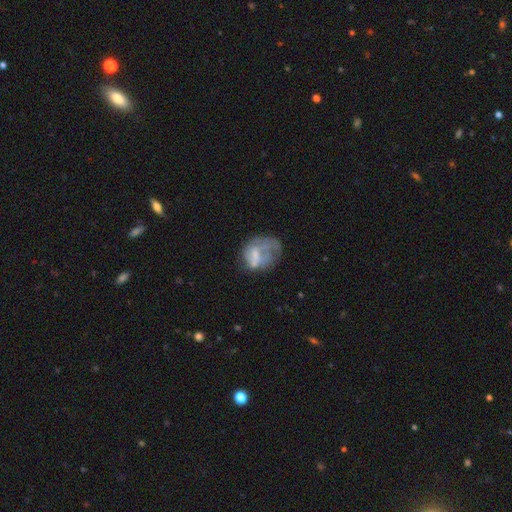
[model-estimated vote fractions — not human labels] Smooth or featured? featured or disk (46%)
Merging? major disturbance (36%)